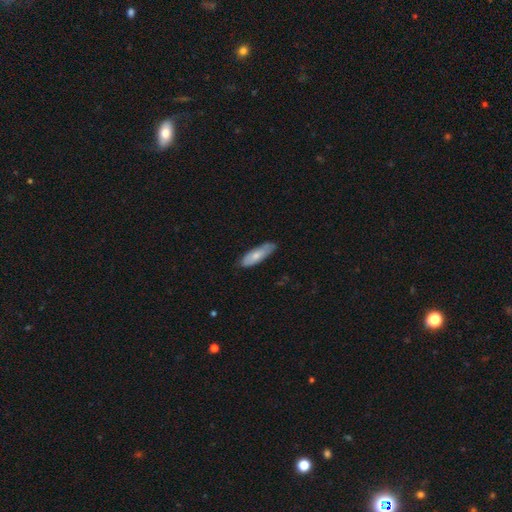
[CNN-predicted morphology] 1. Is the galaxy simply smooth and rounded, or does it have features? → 69% smooth, 25% featured or disk, 5% star or artifact.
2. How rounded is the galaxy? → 57% in between, 41% cigar-shaped, 2% round.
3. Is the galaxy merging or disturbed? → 72% none, 23% minor disturbance, 4% major disturbance, 1% merger.